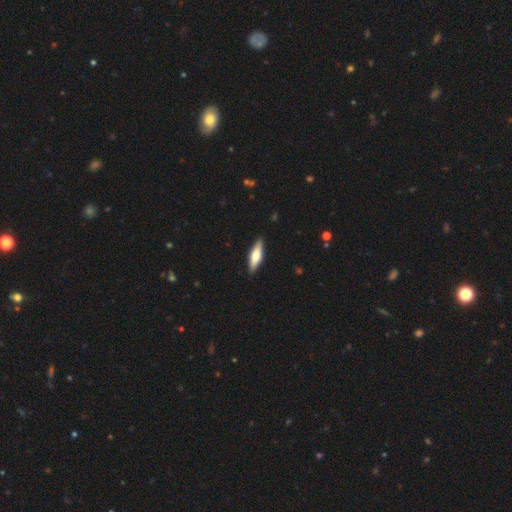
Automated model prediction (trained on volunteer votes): This appears to be a smooth galaxy with no disk features (60%) that is cigar-shaped (56%). Merging: none (89%).